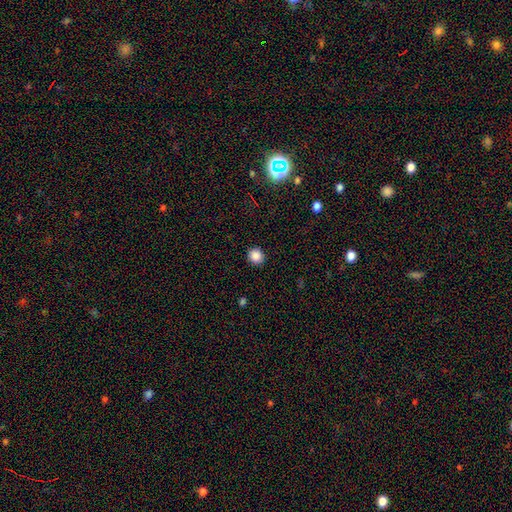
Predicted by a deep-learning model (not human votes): A smooth galaxy with no disk features (86%) that is round (90%).

Vote fractions:
- Smooth or featured? smooth: 86% / star or artifact: 11% / featured or disk: 3%
- How rounded? round: 90% / in between: 9% / cigar-shaped: 1%
- Merging? none: 91% / minor disturbance: 6% / major disturbance: 2% / merger: 1%